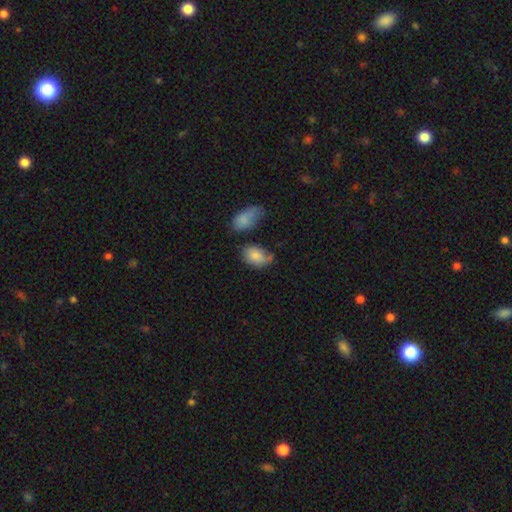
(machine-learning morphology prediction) Smooth or featured? Predicted: smooth (p=0.80). How rounded? Predicted: in between (p=0.80). Merging? Predicted: none (p=0.53).